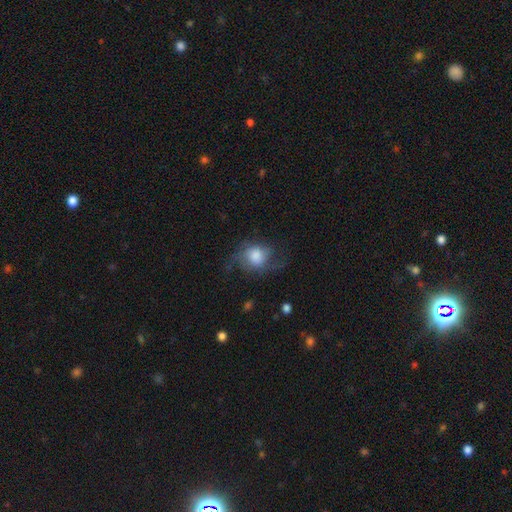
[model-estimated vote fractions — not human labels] smooth_or_featured: smooth (p=0.55) [alt: featured or disk p=0.36]
how_rounded: round (p=0.58) [alt: in between p=0.41]
merging: none (p=0.45) [alt: major disturbance p=0.29]